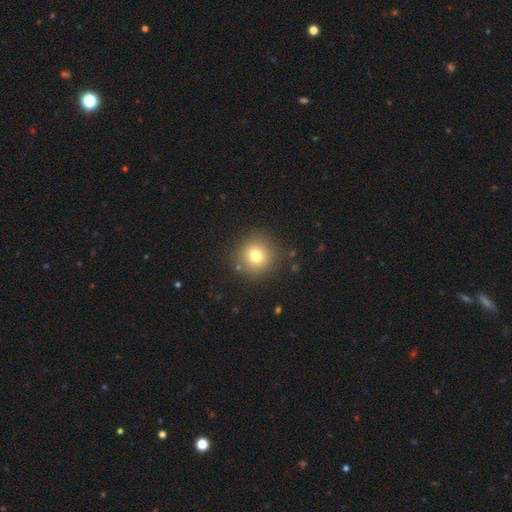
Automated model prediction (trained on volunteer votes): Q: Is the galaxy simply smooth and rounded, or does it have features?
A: smooth — 77%.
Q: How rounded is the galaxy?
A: round — 94%.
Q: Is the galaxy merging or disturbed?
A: none — 88%.